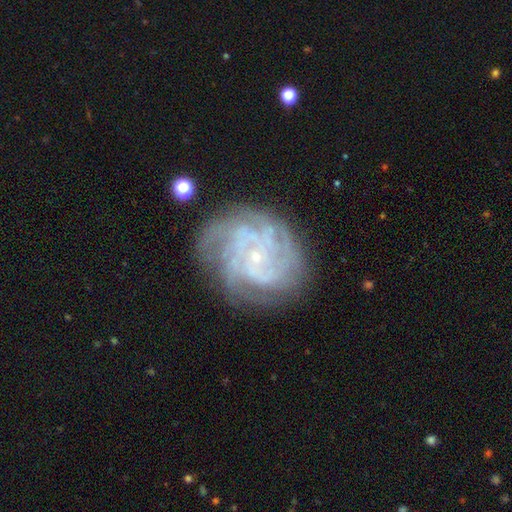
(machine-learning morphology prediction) A featured or disk galaxy (85%) with no bar (76%), 4 (28%) tight (68%) spiral arms (96%) and a small central bulge (86%). Merging: none (72%).